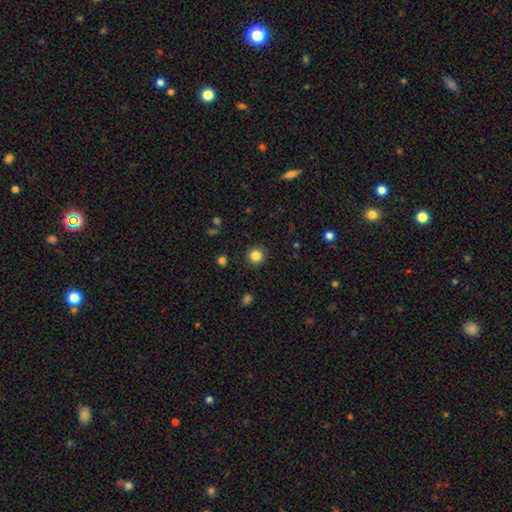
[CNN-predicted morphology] smooth_or_featured: smooth (p=0.84) [alt: star or artifact p=0.11]
how_rounded: round (p=0.95) [alt: in between p=0.04]
merging: none (p=0.92) [alt: minor disturbance p=0.05]